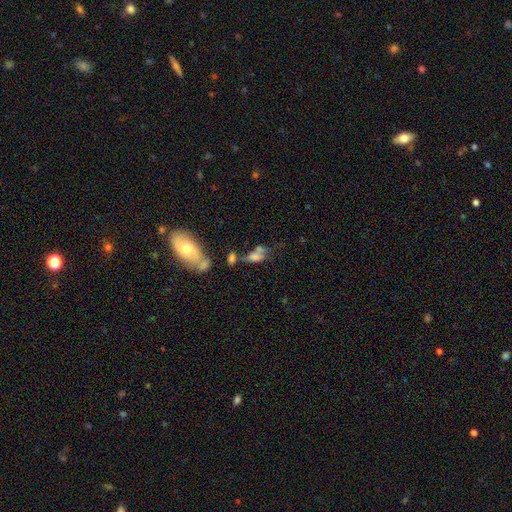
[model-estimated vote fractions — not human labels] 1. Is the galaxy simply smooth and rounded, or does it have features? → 63% smooth, 24% featured or disk, 13% star or artifact.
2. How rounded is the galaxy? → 81% in between, 9% round, 9% cigar-shaped.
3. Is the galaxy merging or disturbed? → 38% merger, 27% none, 17% major disturbance, 17% minor disturbance.